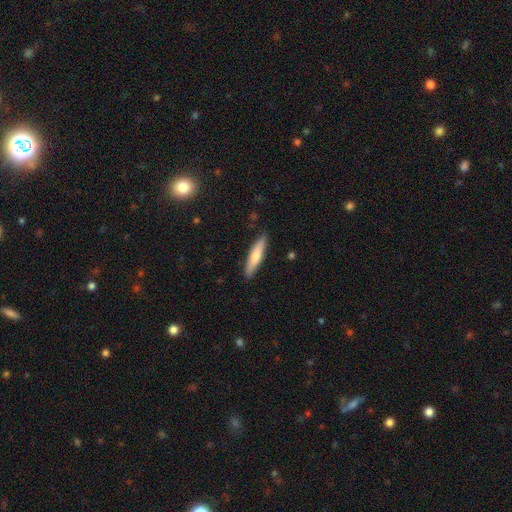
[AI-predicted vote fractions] smooth_or_featured: smooth (p=0.72) [alt: featured or disk p=0.23]
how_rounded: cigar-shaped (p=0.82) [alt: in between p=0.17]
merging: none (p=0.88) [alt: minor disturbance p=0.09]